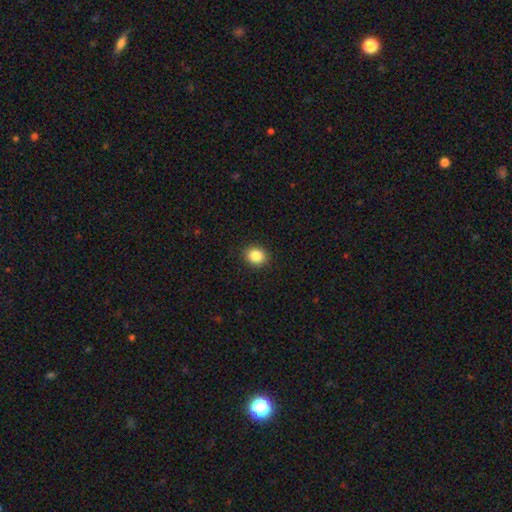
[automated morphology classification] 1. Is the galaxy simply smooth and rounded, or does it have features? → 85% smooth, 10% star or artifact, 5% featured or disk.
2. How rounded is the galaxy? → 65% round, 34% in between, 1% cigar-shaped.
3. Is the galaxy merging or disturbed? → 91% none, 7% minor disturbance, 2% major disturbance, 1% merger.